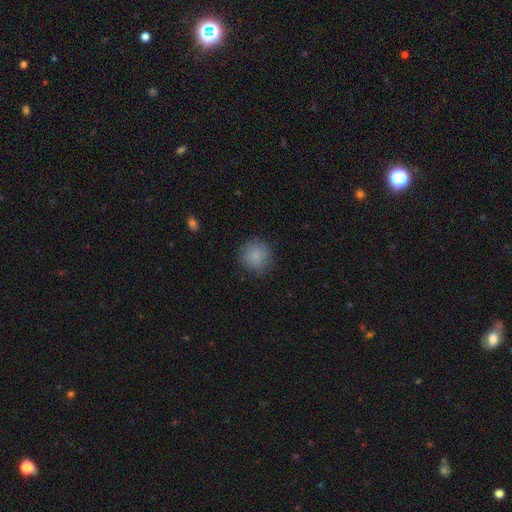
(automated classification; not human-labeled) smooth 85%, star or artifact 9%, featured or disk 6%. Down the decision tree: how rounded — round (94%); merging — none (87%).